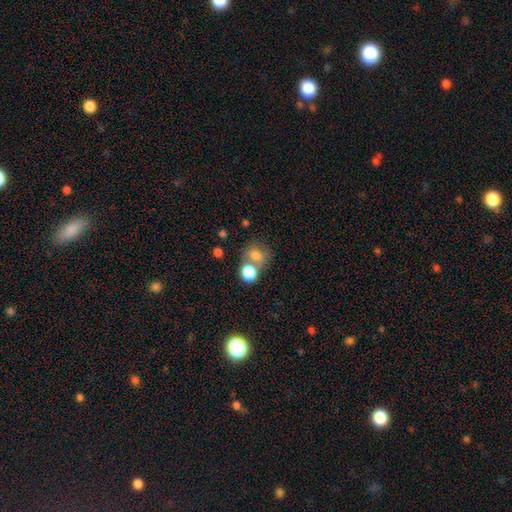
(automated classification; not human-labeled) Overall: smooth (74%). How rounded: round (63%; in between 36%). Merging: none (45%; merger 38%).